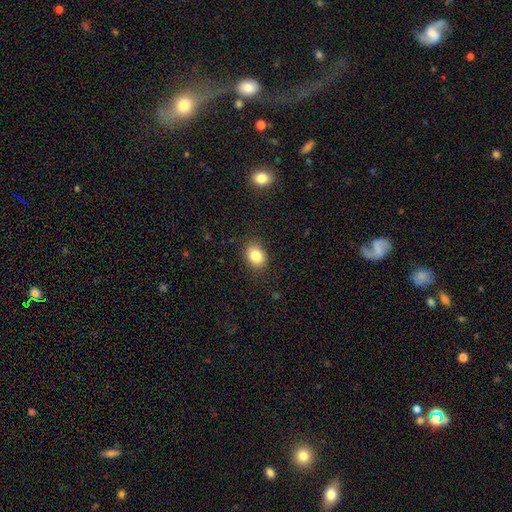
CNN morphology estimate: A smooth galaxy with no disk features (83%) that is in between round and cigar-shaped (57%).

Vote fractions:
- Smooth or featured? smooth: 83% / star or artifact: 10% / featured or disk: 7%
- How rounded? in between: 57% / round: 42% / cigar-shaped: 1%
- Merging? none: 86% / minor disturbance: 10% / major disturbance: 3% / merger: 1%